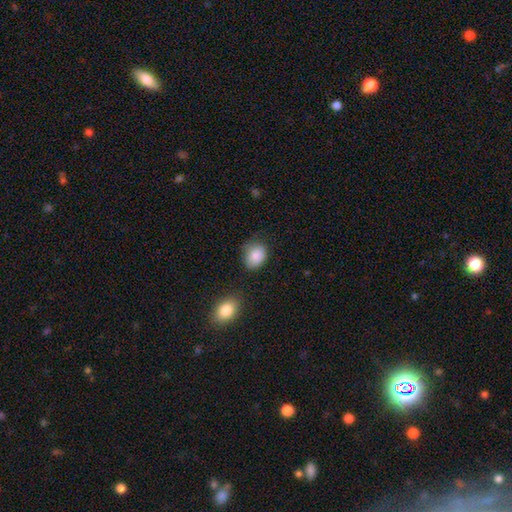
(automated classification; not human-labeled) Smooth or featured? smooth (85%)
How rounded? in between (56%)
Merging? none (62%)